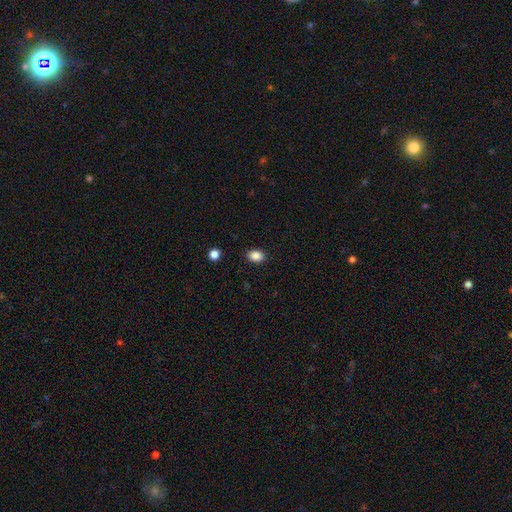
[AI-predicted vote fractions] This appears to be a smooth galaxy with no disk features (87%) that is in between round and cigar-shaped (78%). Merging: none (88%).